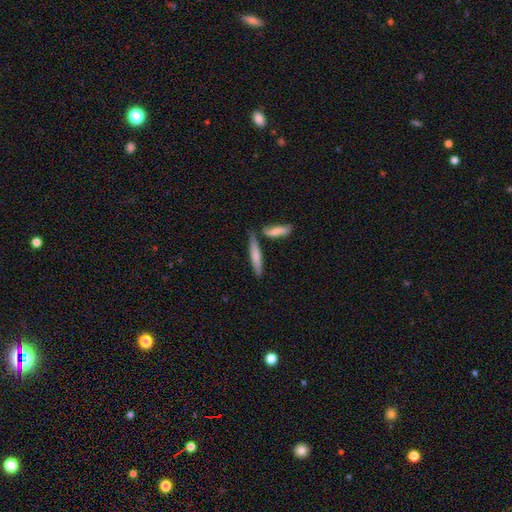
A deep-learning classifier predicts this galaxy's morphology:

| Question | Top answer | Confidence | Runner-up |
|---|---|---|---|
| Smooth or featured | smooth | 65% | featured or disk (30%) |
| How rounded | cigar-shaped | 85% | in between (13%) |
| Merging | none | 71% | merger (14%) |